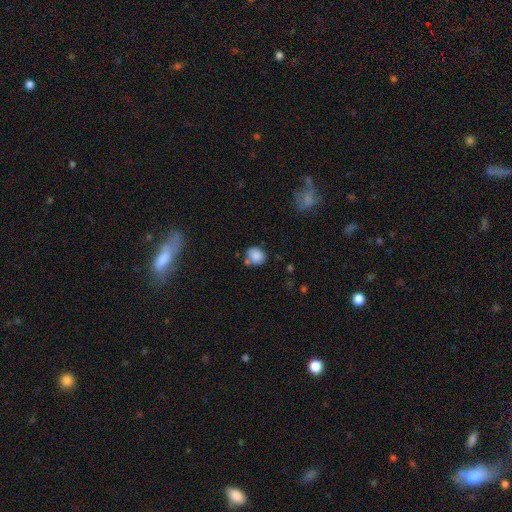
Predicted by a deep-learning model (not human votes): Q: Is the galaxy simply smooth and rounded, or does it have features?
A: smooth — 85%.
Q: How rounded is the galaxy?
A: round — 78%.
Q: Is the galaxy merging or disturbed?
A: none — 62%.